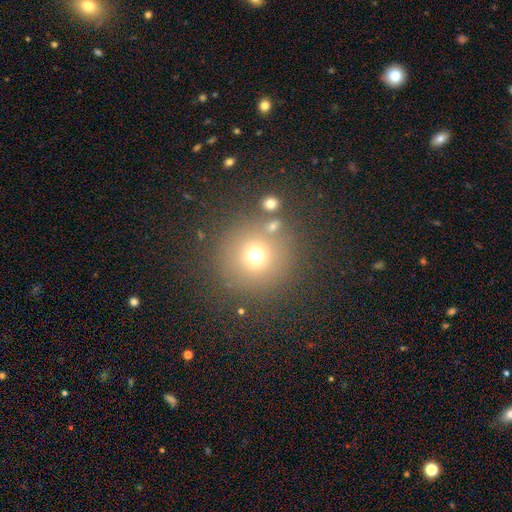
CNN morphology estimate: A smooth galaxy with no disk features (68%) that is round (95%).

Vote fractions:
- Smooth or featured? smooth: 68% / star or artifact: 20% / featured or disk: 12%
- How rounded? round: 95% / in between: 5% / cigar-shaped: 1%
- Merging? none: 80% / minor disturbance: 9% / merger: 7% / major disturbance: 5%